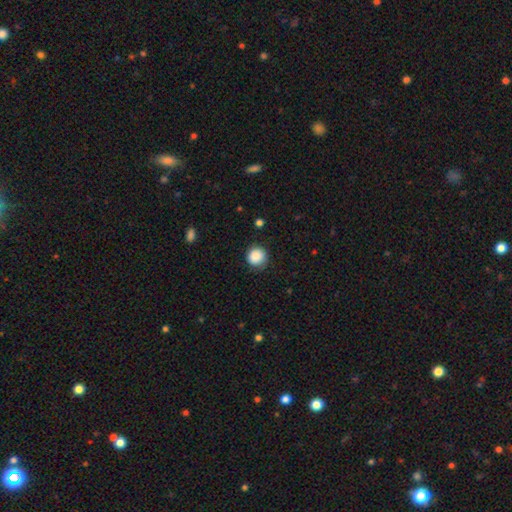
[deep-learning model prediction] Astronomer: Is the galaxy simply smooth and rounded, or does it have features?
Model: smooth — 87%.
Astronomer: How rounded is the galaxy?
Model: round — 94%.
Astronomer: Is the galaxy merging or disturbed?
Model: none — 85%.